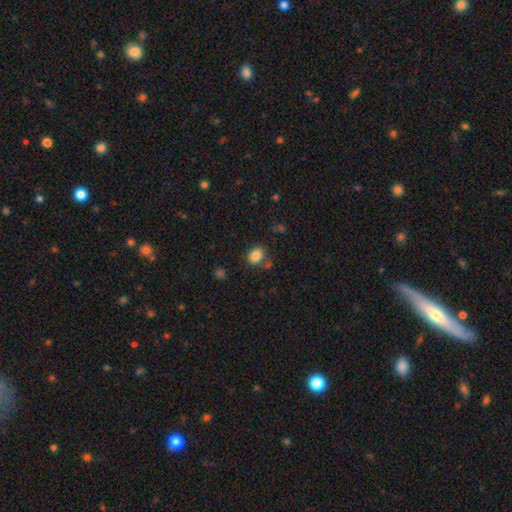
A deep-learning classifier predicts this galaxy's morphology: A smooth galaxy with no disk features (84%) that is round (54%).

Vote fractions:
- Smooth or featured? smooth: 84% / star or artifact: 10% / featured or disk: 6%
- How rounded? round: 54% / in between: 45% / cigar-shaped: 1%
- Merging? none: 72% / minor disturbance: 14% / merger: 10% / major disturbance: 5%